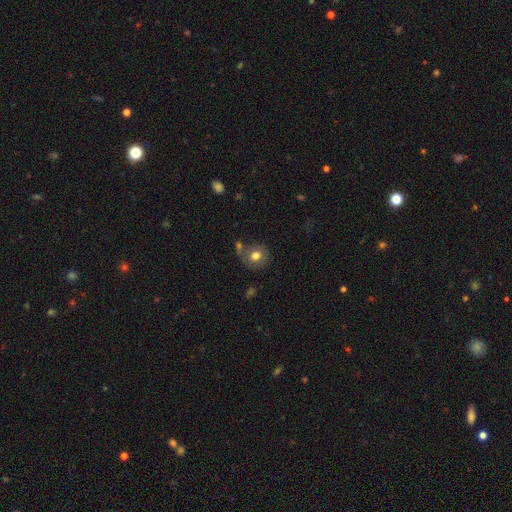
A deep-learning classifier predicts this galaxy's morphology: smooth_or_featured: smooth (p=0.75) [alt: featured or disk p=0.14]
how_rounded: round (p=0.84) [alt: in between p=0.15]
merging: none (p=0.68) [alt: minor disturbance p=0.14]